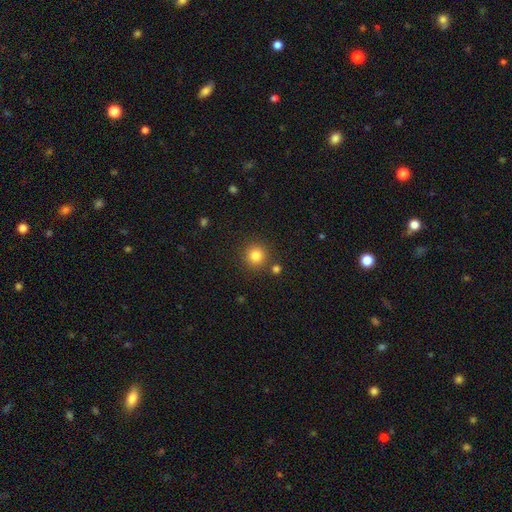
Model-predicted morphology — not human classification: A smooth galaxy with no disk features (84%) that is round (94%).

Vote fractions:
- Smooth or featured? smooth: 84% / star or artifact: 12% / featured or disk: 5%
- How rounded? round: 94% / in between: 5% / cigar-shaped: 1%
- Merging? none: 86% / minor disturbance: 7% / merger: 5% / major disturbance: 2%